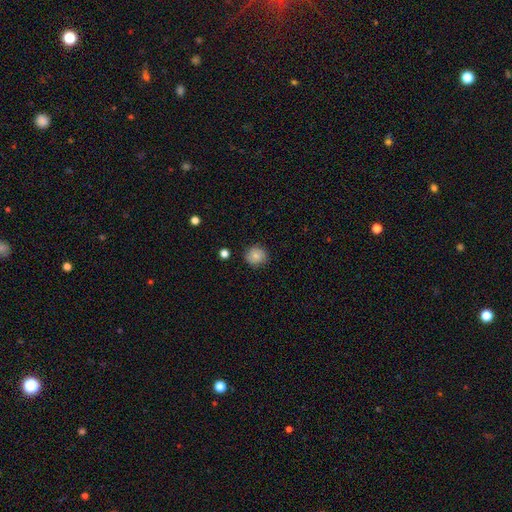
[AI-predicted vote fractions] This appears to be a smooth galaxy with no disk features (79%) that is round (87%). Merging: none (85%).